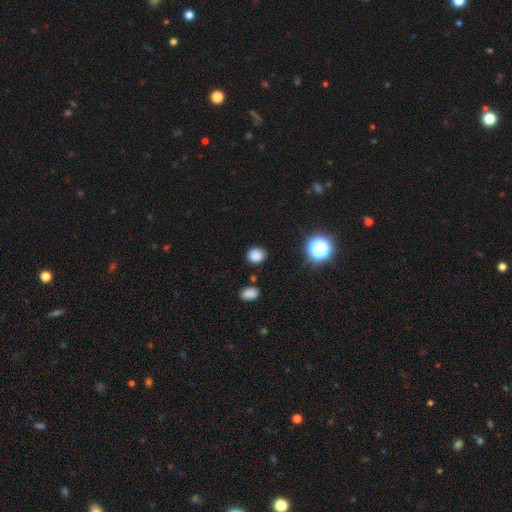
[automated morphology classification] The model was most divided on "how rounded": round: 70%, in between: 29%, cigar-shaped: 1%. More confident: merging — none (85%); smooth or featured — smooth (82%).